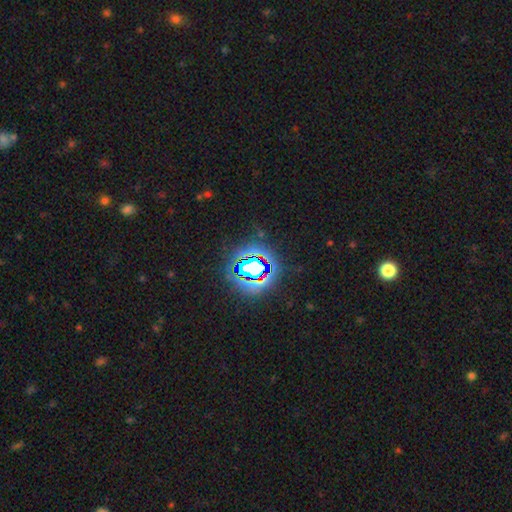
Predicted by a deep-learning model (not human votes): Smooth or featured?
  - star or artifact: 77% *
  - smooth: 13%
  - featured or disk: 10%